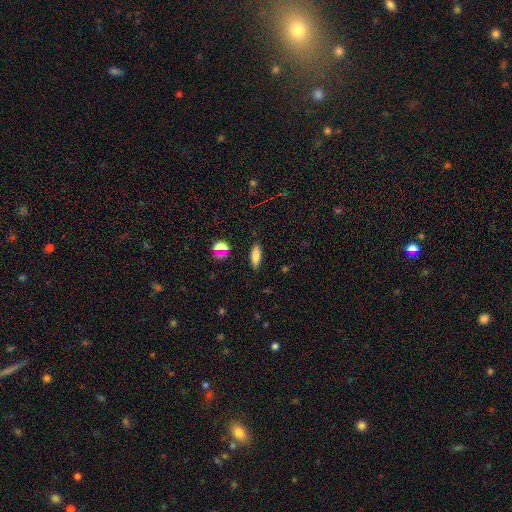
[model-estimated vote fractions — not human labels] A smooth galaxy with no disk features (81%) that is in between round and cigar-shaped (61%).

Vote fractions:
- Smooth or featured? smooth: 81% / star or artifact: 10% / featured or disk: 9%
- How rounded? in between: 61% / cigar-shaped: 36% / round: 3%
- Merging? none: 86% / minor disturbance: 10% / major disturbance: 2% / merger: 2%